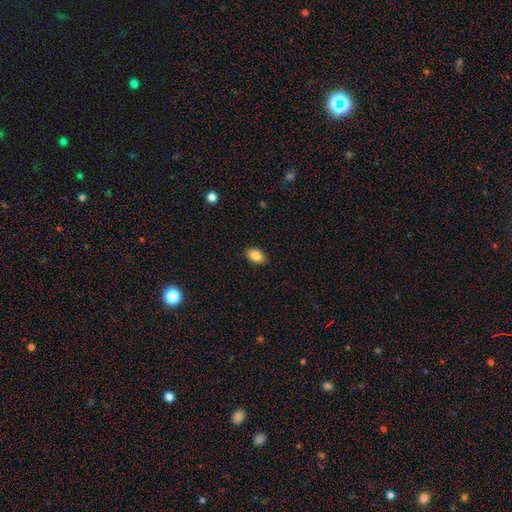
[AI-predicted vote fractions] smooth-or-featured: smooth: 84% | star or artifact: 8% | featured or disk: 8%
  how-rounded: in between: 90% | round: 8% | cigar-shaped: 2%
  merging: none: 89% | minor disturbance: 8% | major disturbance: 2% | merger: 1%